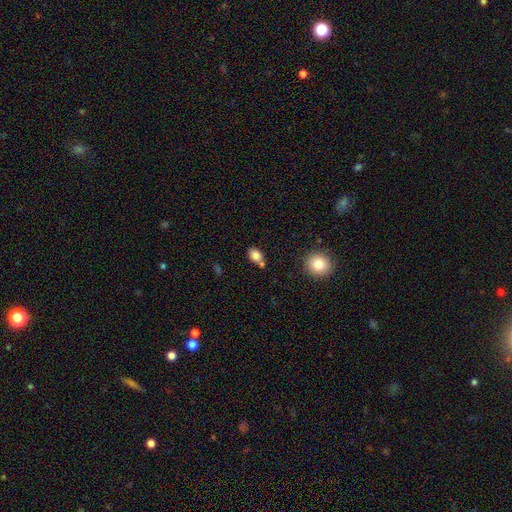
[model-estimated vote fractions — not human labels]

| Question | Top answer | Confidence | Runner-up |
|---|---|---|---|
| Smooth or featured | smooth | 83% | star or artifact (10%) |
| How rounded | in between | 68% | round (30%) |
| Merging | none | 63% | merger (18%) |